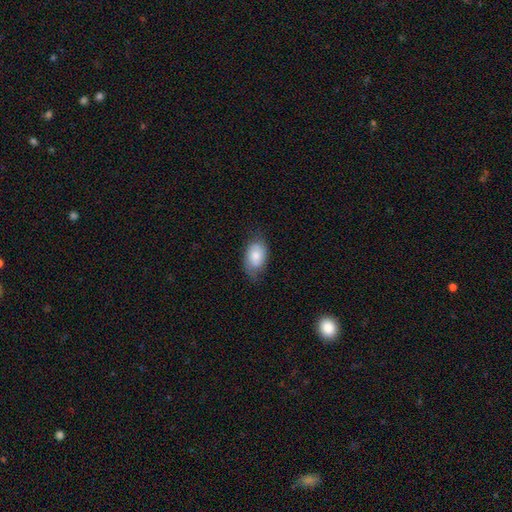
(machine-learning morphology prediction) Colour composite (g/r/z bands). It shows a smooth galaxy with no disk features (71%) that is in between round and cigar-shaped (90%). Merging: none (64%).